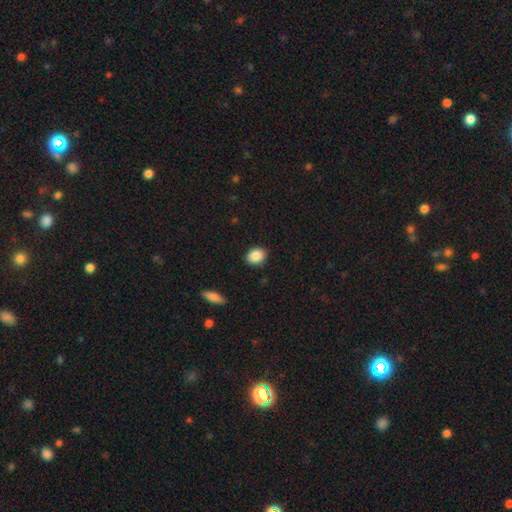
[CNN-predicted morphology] Smooth or featured? smooth (88%)
How rounded? in between (55%)
Merging? none (89%)